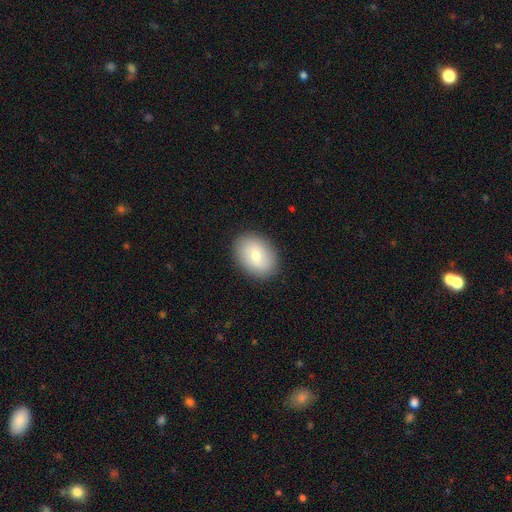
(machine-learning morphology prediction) type=smooth (70%); roundness=in between (77%); merging=none (87%).